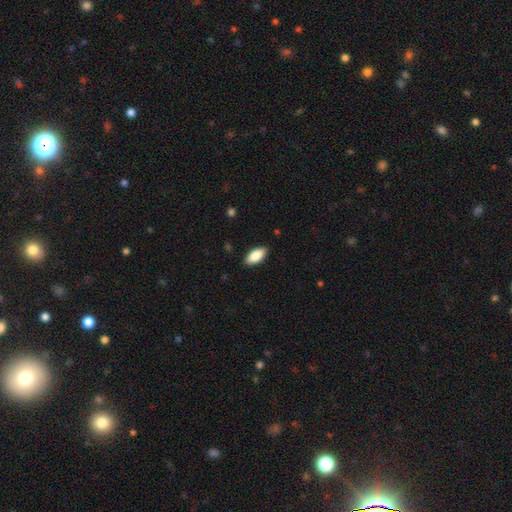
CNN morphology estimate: Overall: smooth (86%). How rounded: in between (90%). Merging: none (88%).